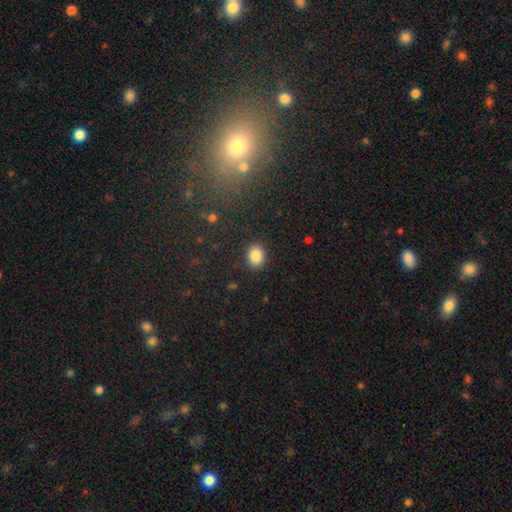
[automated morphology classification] Smooth or featured? Predicted: smooth (p=0.86). How rounded? Predicted: in between (p=0.50). Merging? Predicted: none (p=0.88).